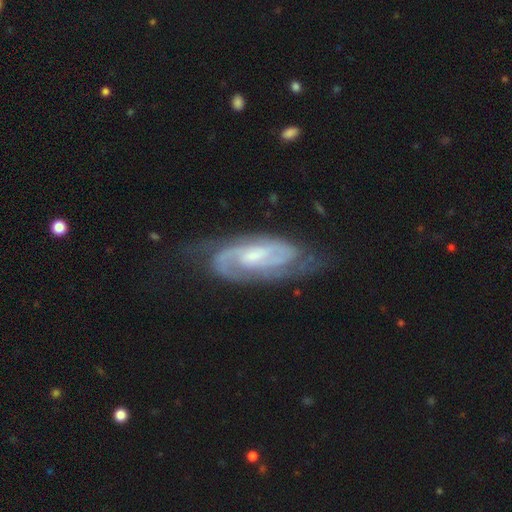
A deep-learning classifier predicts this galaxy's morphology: Overall: featured or disk (87%). Edge-on disk: no (93%). Bar: weak (46%; no 40%). Spiral arms: yes (97%). Spiral arm count: 2 (66%). Spiral winding: tight (51%; medium 40%). Bulge size: small (55%; moderate 32%). Merging: none (66%).